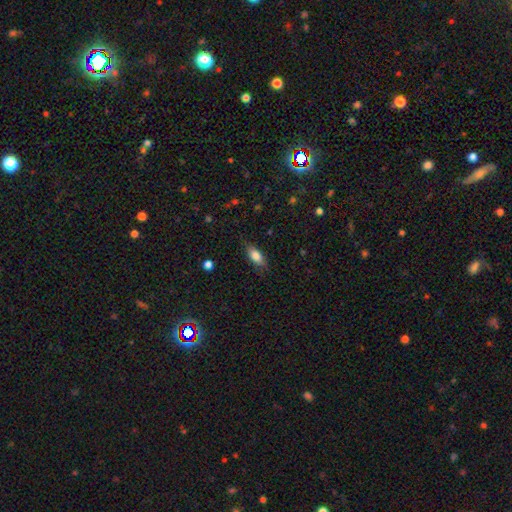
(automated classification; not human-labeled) This is likely a smooth galaxy (77%). How rounded: likely in between (77%). Merging: likely none (78%).